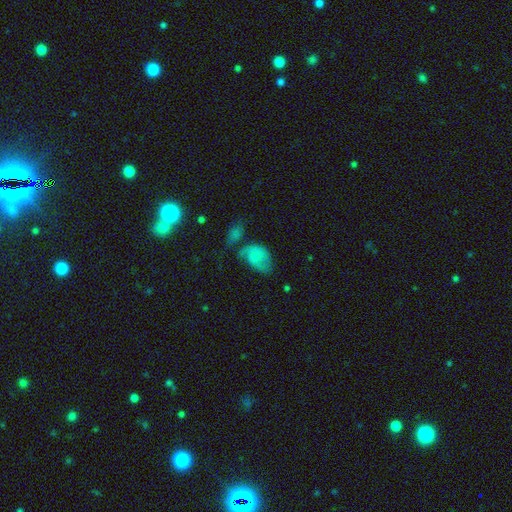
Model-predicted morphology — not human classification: The model was most divided on "merging": none: 31%, major disturbance: 27%, minor disturbance: 27%, merger: 15%. More confident: how rounded — in between (85%); smooth or featured — smooth (63%).